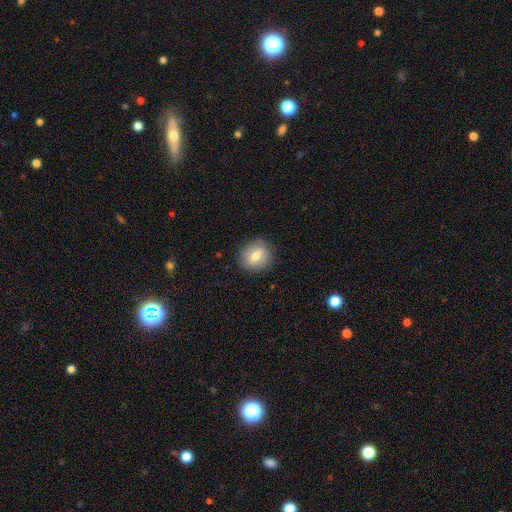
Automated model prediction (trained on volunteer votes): Morphology: type=smooth (73%); roundness=round (83%); merging=none (87%).